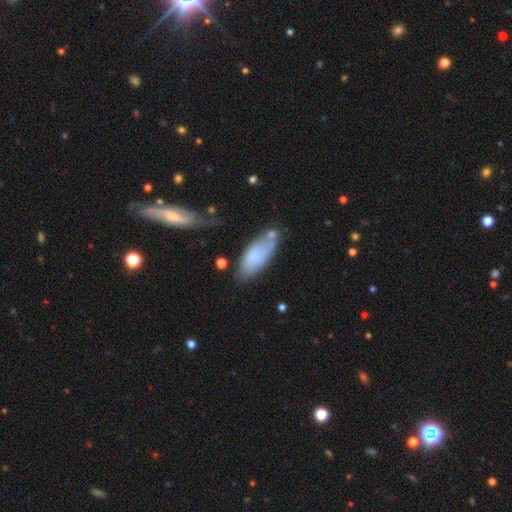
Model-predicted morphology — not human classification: smooth-or-featured: smooth: 69% | featured or disk: 24% | star or artifact: 7%
  how-rounded: in between: 79% | cigar-shaped: 19% | round: 2%
  merging: none: 50% | minor disturbance: 28% | merger: 11% | major disturbance: 10%